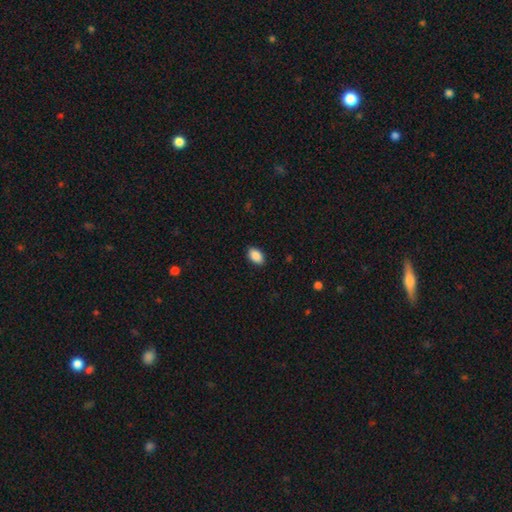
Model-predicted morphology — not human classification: Q: Smooth or featured?
A: smooth (89%); runner-up: star or artifact (7%)
Q: How rounded?
A: in between (92%); runner-up: round (6%)
Q: Merging?
A: none (89%); runner-up: minor disturbance (8%)